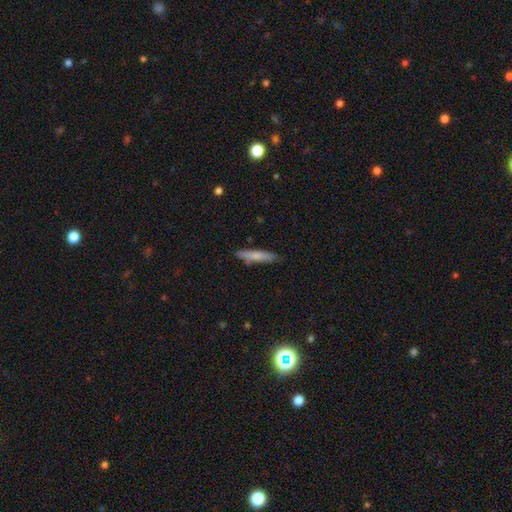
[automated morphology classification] smooth_or_featured: smooth (p=0.73) [alt: featured or disk p=0.21]
how_rounded: cigar-shaped (p=0.88) [alt: in between p=0.10]
merging: none (p=0.81) [alt: minor disturbance p=0.14]